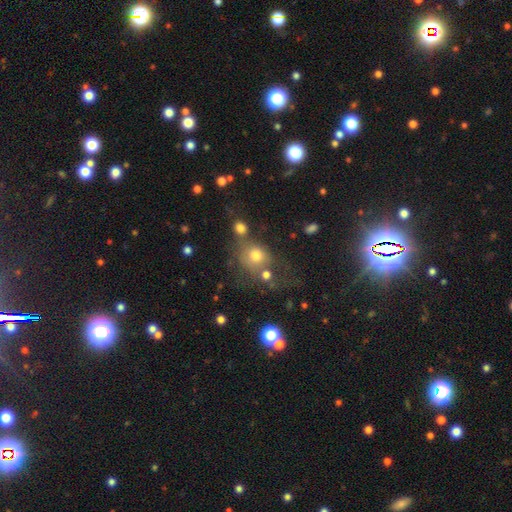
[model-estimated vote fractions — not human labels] Smooth or featured?
  - smooth: 68% *
  - star or artifact: 17%
  - featured or disk: 15%
How rounded?
  - round: 74% *
  - in between: 24%
  - cigar-shaped: 1%
Merging?
  - none: 46% *
  - merger: 24%
  - minor disturbance: 16%
  - major disturbance: 15%